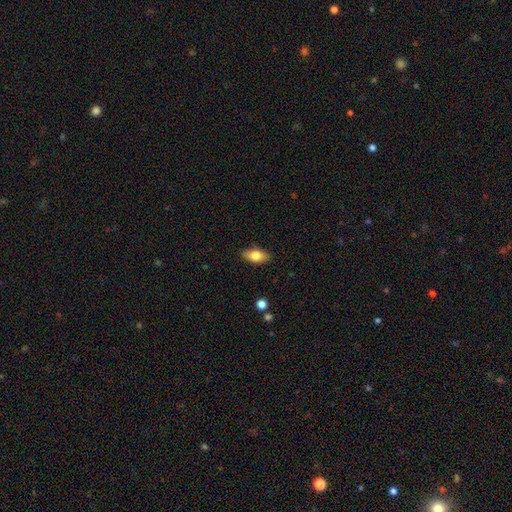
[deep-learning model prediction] This appears to be a smooth galaxy with no disk features (74%) that is in between round and cigar-shaped (87%). Merging: none (88%).